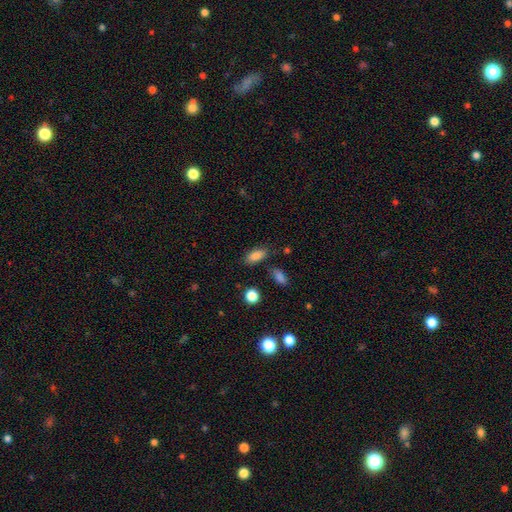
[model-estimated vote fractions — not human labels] Smooth or featured? Predicted: smooth (p=0.85). How rounded? Predicted: in between (p=0.87). Merging? Predicted: none (p=0.79).